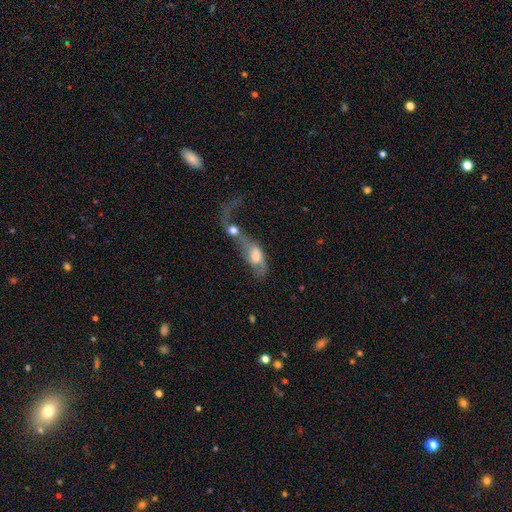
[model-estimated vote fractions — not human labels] smooth-or-featured: featured or disk: 49% | smooth: 42% | star or artifact: 9%
  merging: merger: 67% | major disturbance: 19% | none: 8% | minor disturbance: 6%